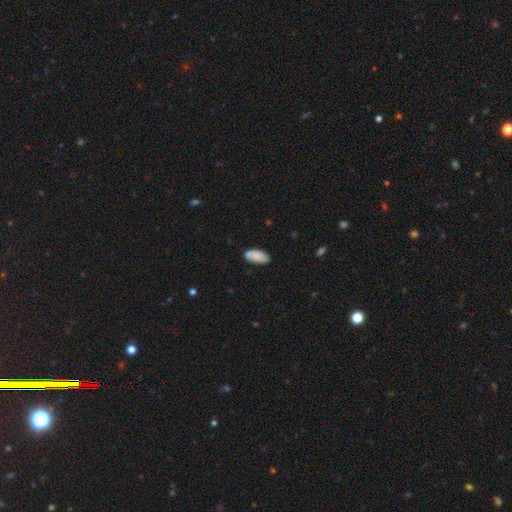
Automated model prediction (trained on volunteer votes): This appears to be a smooth galaxy with no disk features (84%) that is in between round and cigar-shaped (90%). Merging: none (75%).